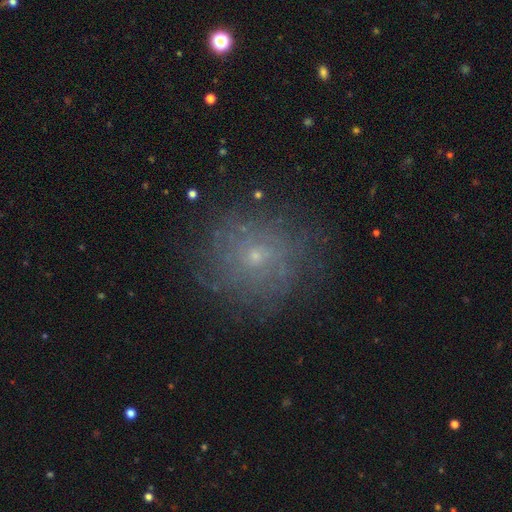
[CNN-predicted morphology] smooth_or_featured: featured or disk (p=0.39) [alt: smooth p=0.38]
merging: none (p=0.79) [alt: minor disturbance p=0.13]